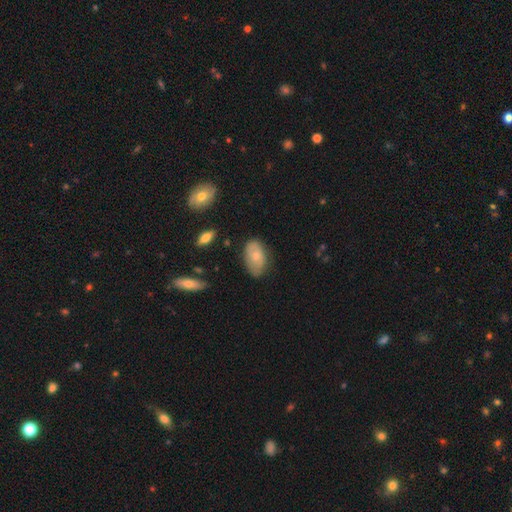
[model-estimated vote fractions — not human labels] A smooth galaxy with no disk features (67%) that is in between round and cigar-shaped (93%).

Vote fractions:
- Smooth or featured? smooth: 67% / featured or disk: 27% / star or artifact: 7%
- How rounded? in between: 93% / round: 5% / cigar-shaped: 2%
- Merging? none: 70% / minor disturbance: 24% / major disturbance: 5% / merger: 2%